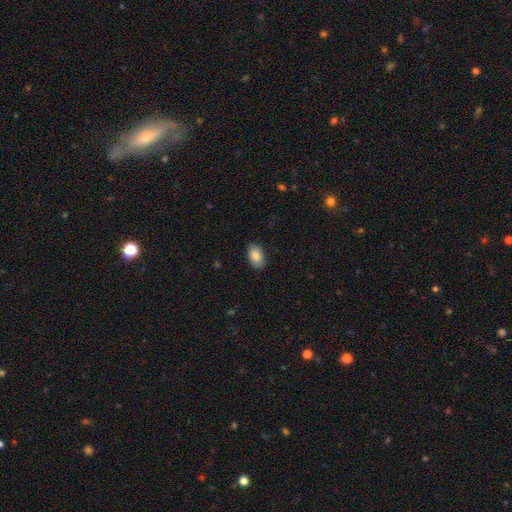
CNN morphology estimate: A smooth galaxy with no disk features (86%) that is in between round and cigar-shaped (92%). Merging: none (87%).